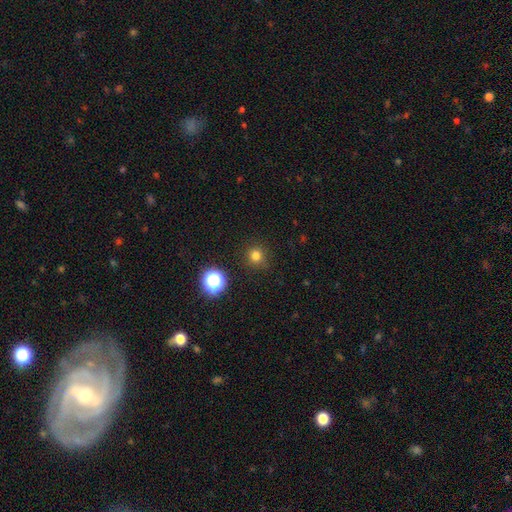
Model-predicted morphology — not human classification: Overall: smooth (77%). How rounded: round (94%). Merging: none (90%).